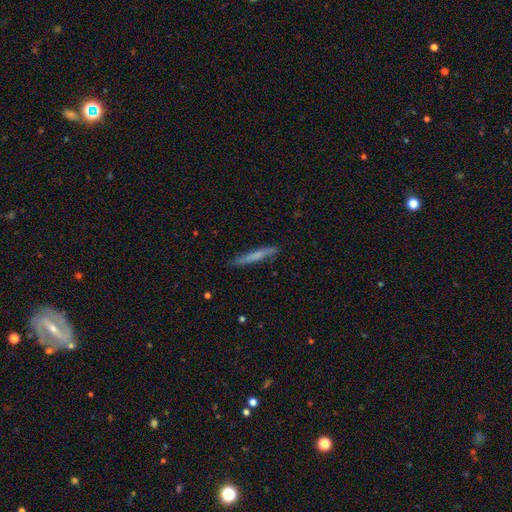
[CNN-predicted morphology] A smooth galaxy with no disk features (59%) that is cigar-shaped (96%). Merging: none (86%).